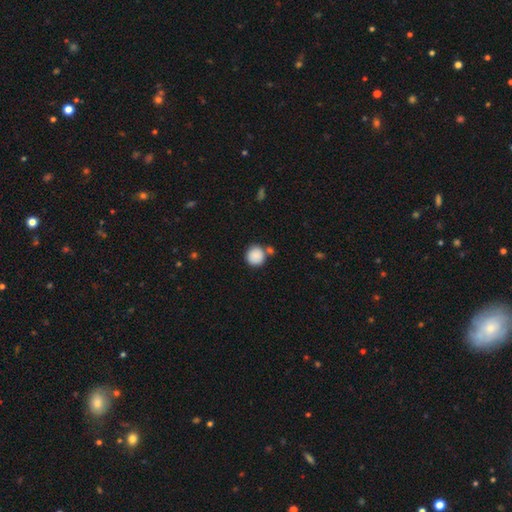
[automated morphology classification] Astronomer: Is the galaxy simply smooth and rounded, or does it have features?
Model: smooth — 88%.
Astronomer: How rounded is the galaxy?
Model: round — 92%.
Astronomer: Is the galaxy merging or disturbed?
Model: none — 71%.